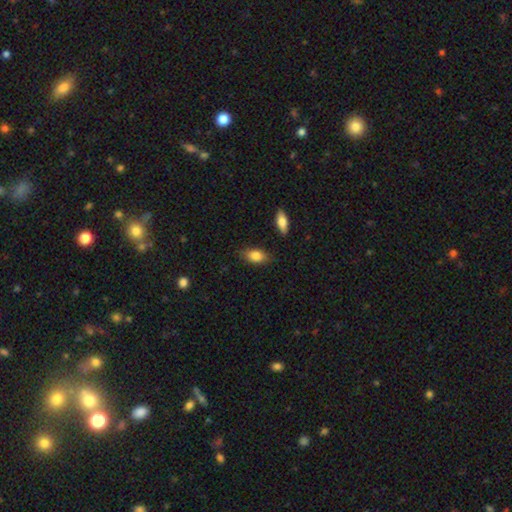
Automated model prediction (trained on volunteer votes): smooth 84%, featured or disk 10%, star or artifact 7%. Down the decision tree: how rounded — in between (88%); merging — none (82%).